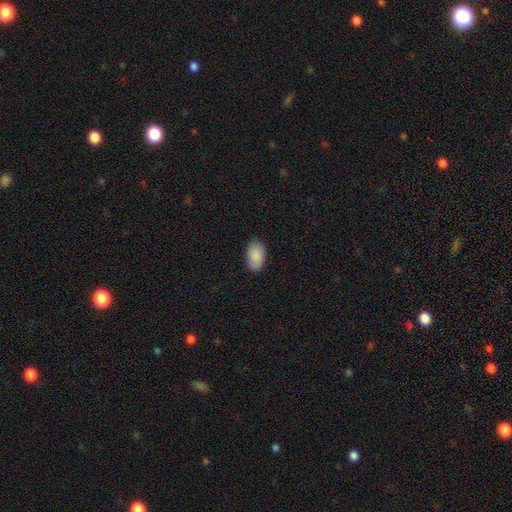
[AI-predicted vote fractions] A smooth galaxy with no disk features (90%) that is in between round and cigar-shaped (95%).

Vote fractions:
- Smooth or featured? smooth: 90% / star or artifact: 6% / featured or disk: 3%
- How rounded? in between: 95% / round: 4% / cigar-shaped: 2%
- Merging? none: 87% / minor disturbance: 10% / major disturbance: 2% / merger: 1%